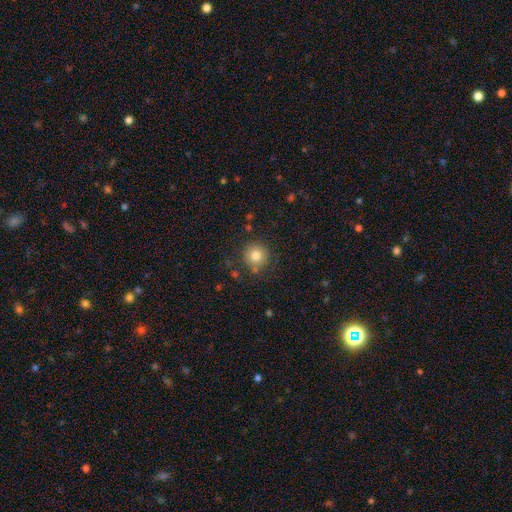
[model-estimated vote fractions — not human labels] This is clearly a smooth galaxy (80%). How rounded: clearly round (93%). Merging: clearly none (84%).